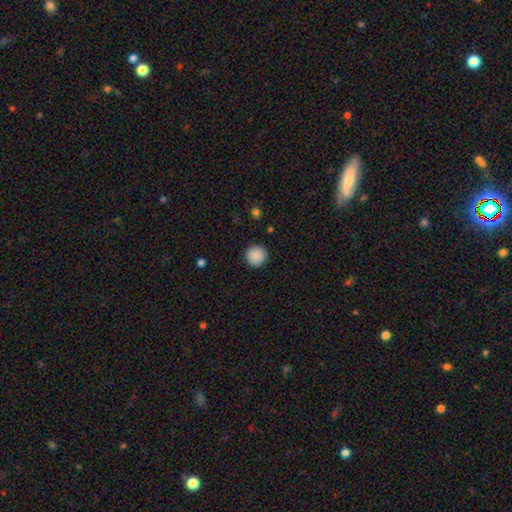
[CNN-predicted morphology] The model was most divided on "smooth or featured": smooth: 89%, star or artifact: 8%, featured or disk: 3%. More confident: how rounded — round (96%); merging — none (92%).